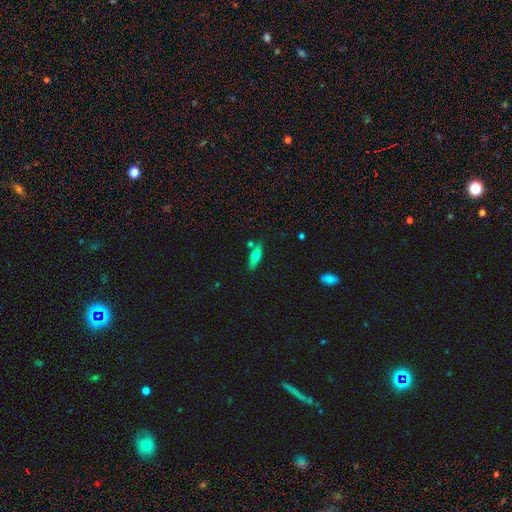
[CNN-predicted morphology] A smooth galaxy with no disk features (55%) that is cigar-shaped (57%).

Vote fractions:
- Smooth or featured? smooth: 55% / featured or disk: 38% / star or artifact: 7%
- How rounded? cigar-shaped: 57% / in between: 40% / round: 3%
- Merging? none: 76% / minor disturbance: 13% / merger: 8% / major disturbance: 3%